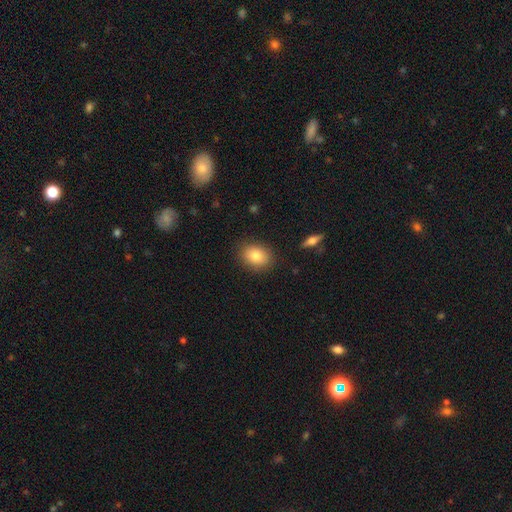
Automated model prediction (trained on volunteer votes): Overall: smooth (82%). How rounded: in between (61%; round 38%). Merging: none (86%).